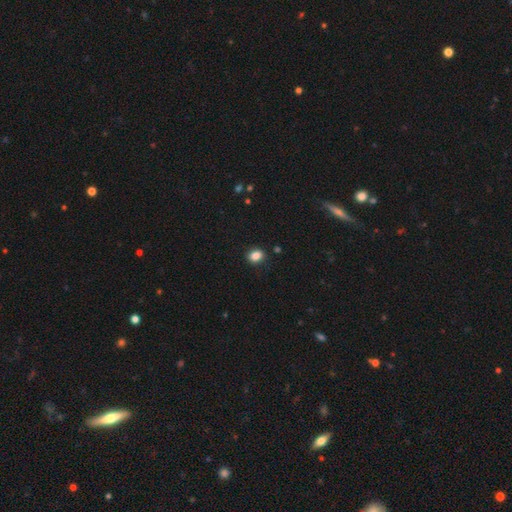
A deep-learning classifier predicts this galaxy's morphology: Overall: smooth (86%). How rounded: in between (58%; round 41%). Merging: none (86%).